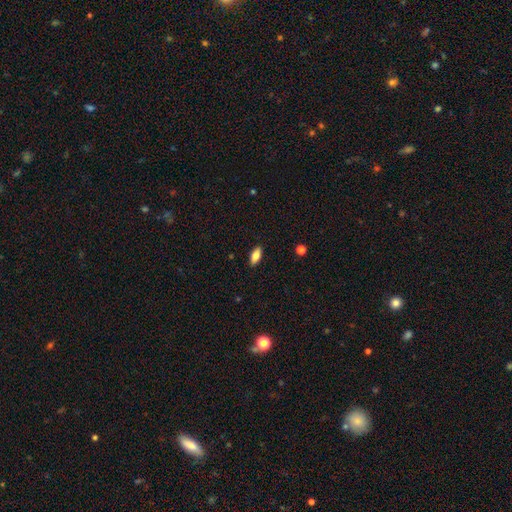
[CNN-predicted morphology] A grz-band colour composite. It shows a smooth galaxy with no disk features (77%) that is in between round and cigar-shaped (86%). Merging: none (89%).